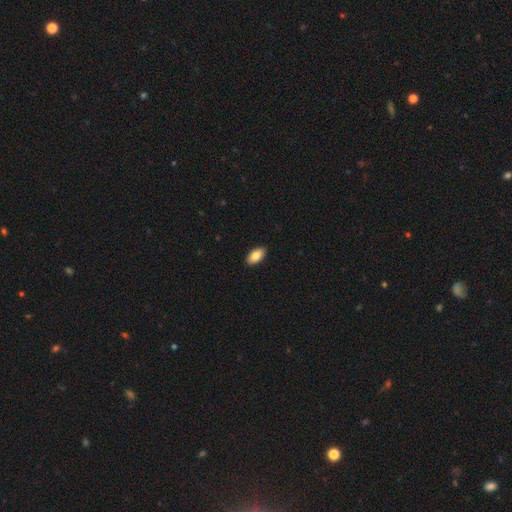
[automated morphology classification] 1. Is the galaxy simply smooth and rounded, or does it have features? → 85% smooth, 8% featured or disk, 7% star or artifact.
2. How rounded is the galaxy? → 94% in between, 3% round, 3% cigar-shaped.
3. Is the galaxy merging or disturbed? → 91% none, 6% minor disturbance, 2% major disturbance, 1% merger.